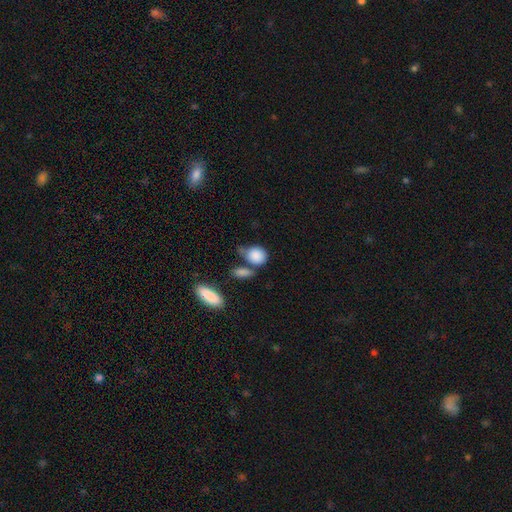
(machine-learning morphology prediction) This appears to be a smooth galaxy with no disk features (87%) that is round (53%). Merging: none (46%).